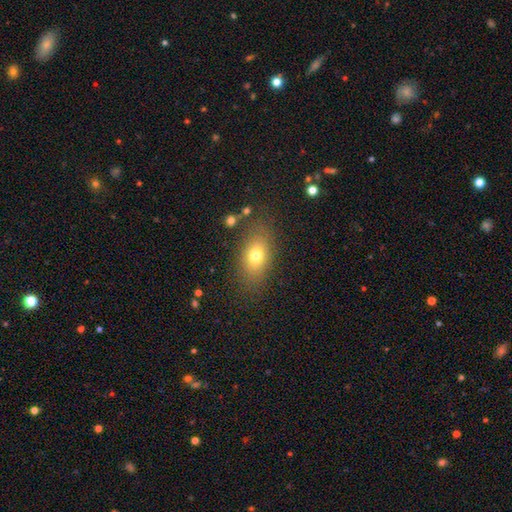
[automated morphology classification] A smooth galaxy with no disk features (73%) that is in between round and cigar-shaped (81%).

Vote fractions:
- Smooth or featured? smooth: 73% / featured or disk: 16% / star or artifact: 12%
- How rounded? in between: 81% / round: 15% / cigar-shaped: 4%
- Merging? none: 79% / minor disturbance: 12% / major disturbance: 6% / merger: 2%